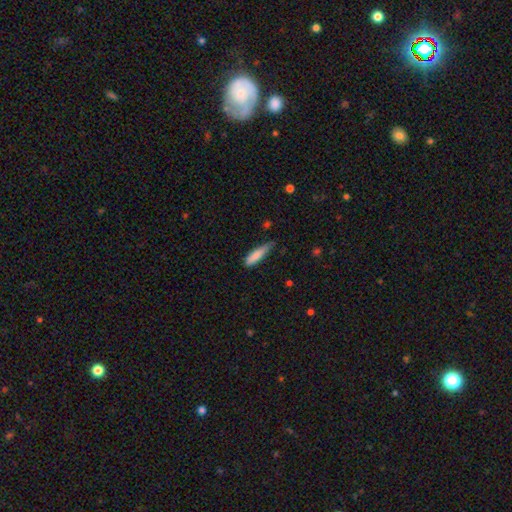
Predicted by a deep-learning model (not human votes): smooth 81%, featured or disk 13%, star or artifact 6%. Down the decision tree: how rounded — cigar-shaped (72%); merging — none (57%).